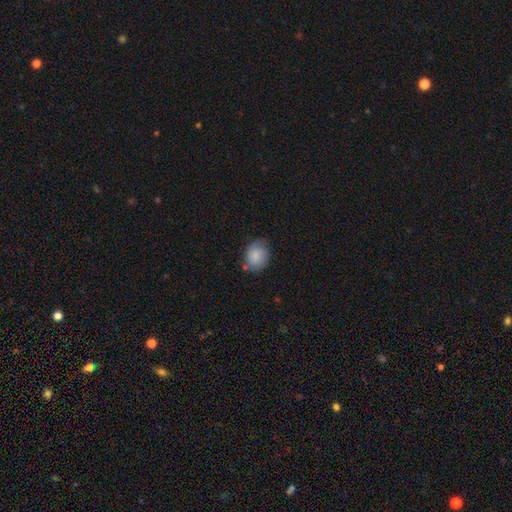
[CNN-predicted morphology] smooth-or-featured: smooth: 75% | featured or disk: 18% | star or artifact: 7%
  how-rounded: round: 61% | in between: 38% | cigar-shaped: 1%
  merging: none: 65% | minor disturbance: 25% | major disturbance: 6% | merger: 4%